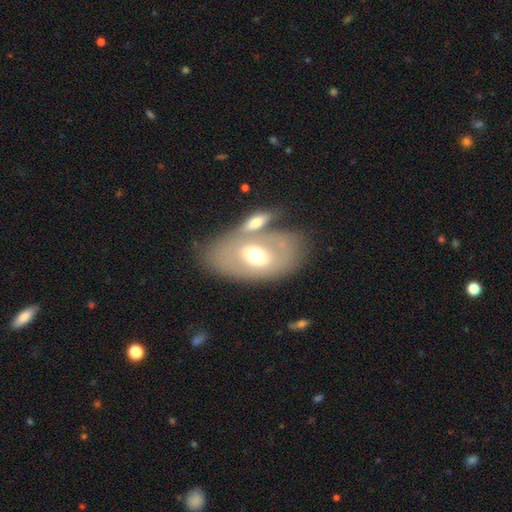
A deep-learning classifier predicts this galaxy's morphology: A smooth galaxy with no disk features (47%). Merging: none (47%).